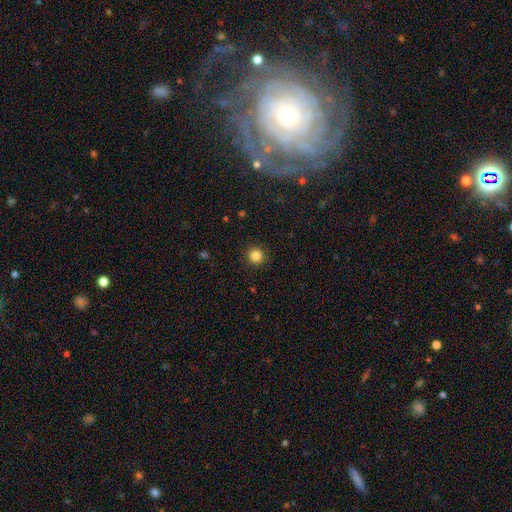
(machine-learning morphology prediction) smooth-or-featured: smooth: 84% | star or artifact: 12% | featured or disk: 4%
  how-rounded: round: 94% | in between: 5% | cigar-shaped: 1%
  merging: none: 92% | minor disturbance: 5% | major disturbance: 2% | merger: 1%